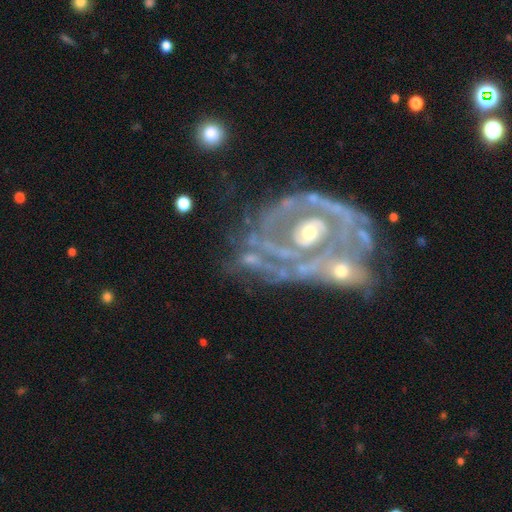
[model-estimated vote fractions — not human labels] Smooth or featured?
  - featured or disk: 82% *
  - smooth: 11%
  - star or artifact: 8%
Edge-on disk?
  - no: 97% *
  - yes: 3%
Bar?
  - no: 78% *
  - weak: 14%
  - strong: 8%
Spiral arms?
  - yes: 67% *
  - no: 33%
Spiral winding?
  - tight: 62% *
  - medium: 25%
  - loose: 13%
Spiral arm count?
  - can't tell: 40% *
  - 2: 26%
  - 3: 12%
  - 1: 10%
  - 4: 6%
  - more than 4: 6%
Bulge size?
  - moderate: 58% *
  - small: 30%
  - large: 7%
  - none: 3%
  - dominant: 2%
Merging?
  - none: 35% *
  - merger: 27%
  - major disturbance: 21%
  - minor disturbance: 17%